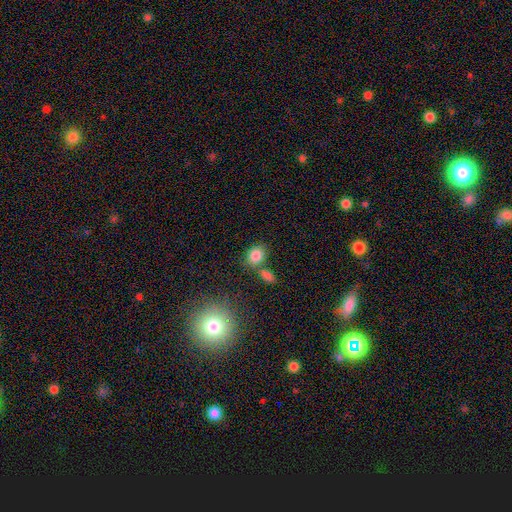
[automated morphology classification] The model was most divided on "how rounded": in between: 58%, round: 40%, cigar-shaped: 1%. More confident: smooth or featured — smooth (82%); merging — none (59%).